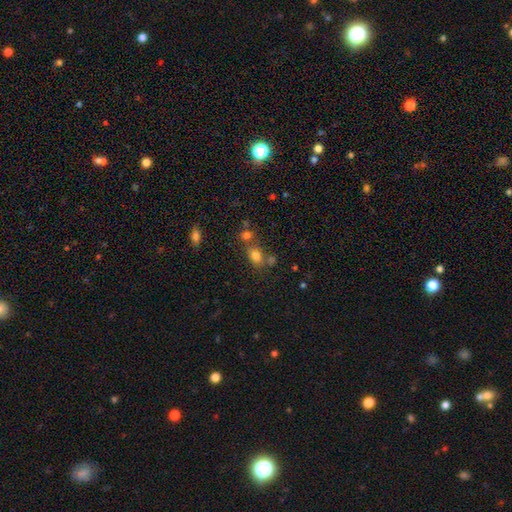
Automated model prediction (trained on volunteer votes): This appears to be a smooth galaxy with no disk features (76%) that is in between round and cigar-shaped (63%). Merging: none (54%).